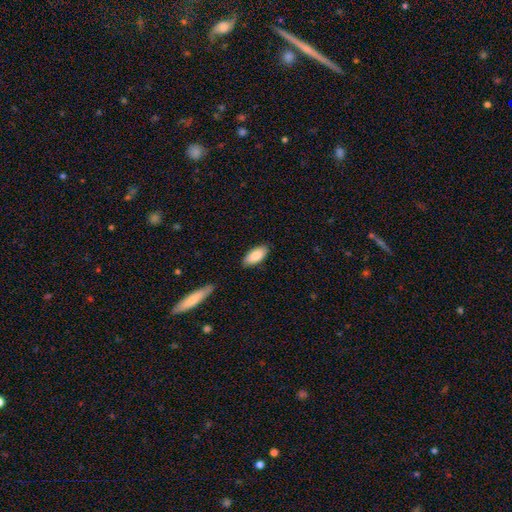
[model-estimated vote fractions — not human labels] Smooth or featured? smooth (85%)
How rounded? in between (89%)
Merging? none (86%)